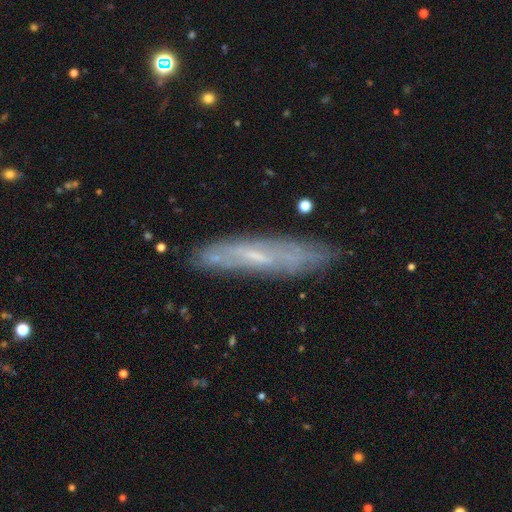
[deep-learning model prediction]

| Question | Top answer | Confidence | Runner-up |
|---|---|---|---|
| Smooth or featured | featured or disk | 59% | smooth (33%) |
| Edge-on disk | yes | 55% | no (45%) |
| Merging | none | 77% | minor disturbance (16%) |